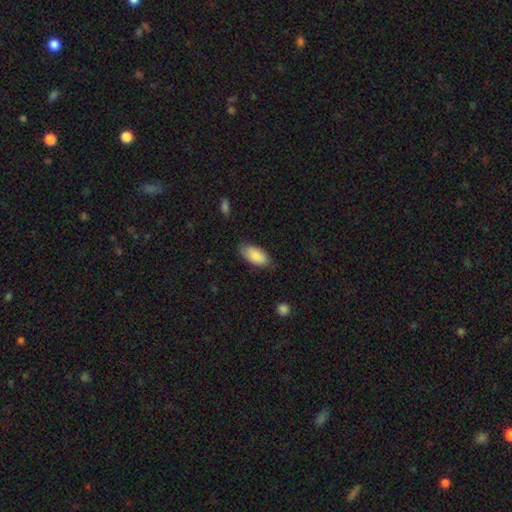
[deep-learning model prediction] Q: Smooth or featured?
A: smooth (88%); runner-up: featured or disk (6%)
Q: How rounded?
A: in between (92%); runner-up: cigar-shaped (6%)
Q: Merging?
A: none (74%); runner-up: minor disturbance (21%)